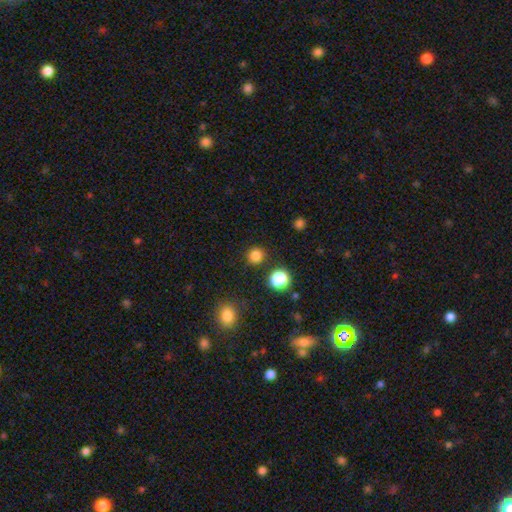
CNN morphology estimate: The model was most divided on "smooth or featured": smooth: 82%, star or artifact: 14%, featured or disk: 4%. More confident: how rounded — round (94%); merging — none (89%).